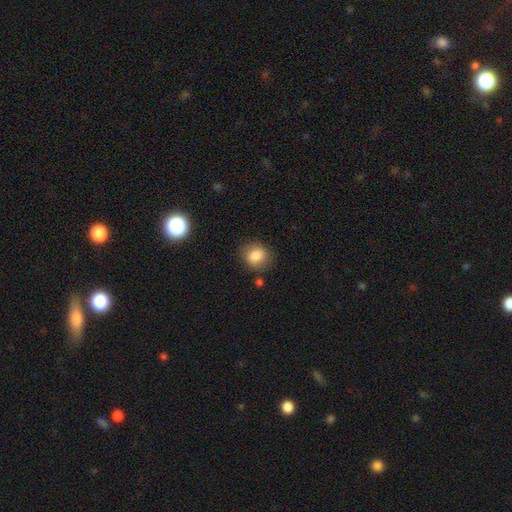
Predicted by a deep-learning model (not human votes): Morphology: type=smooth (84%); roundness=round (69%); merging=none (79%).